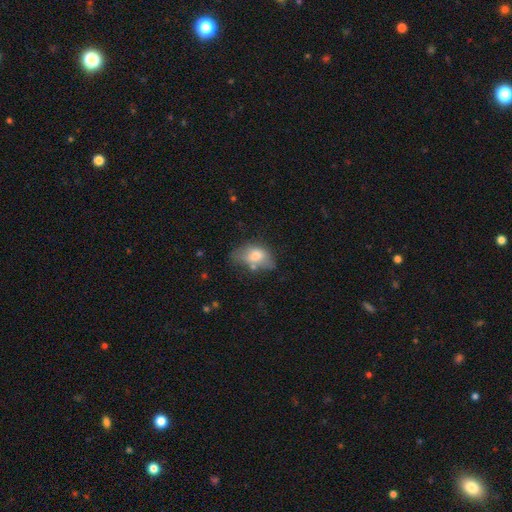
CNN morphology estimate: Smooth or featured: smooth — 68% (featured or disk — 23%)
How rounded: in between — 84% (round — 13%)
Merging: none — 38% (minor disturbance — 33%)